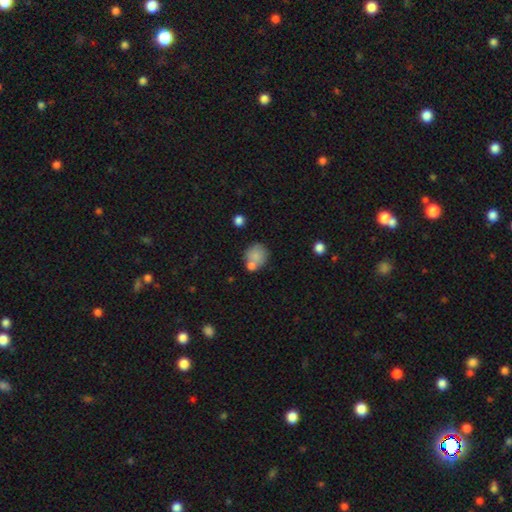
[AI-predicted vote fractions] A smooth galaxy with no disk features (80%) that is round (77%).

Vote fractions:
- Smooth or featured? smooth: 80% / featured or disk: 11% / star or artifact: 9%
- How rounded? round: 77% / in between: 22% / cigar-shaped: 1%
- Merging? none: 55% / merger: 24% / minor disturbance: 15% / major disturbance: 6%